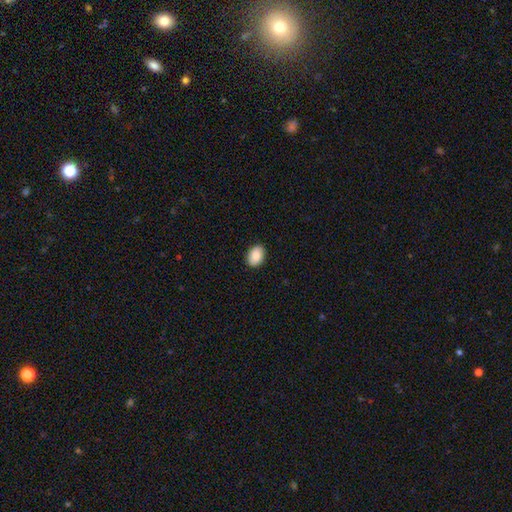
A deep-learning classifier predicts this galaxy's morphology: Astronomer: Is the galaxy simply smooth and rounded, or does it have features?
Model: smooth — 88%.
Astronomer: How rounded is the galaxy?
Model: in between — 81%.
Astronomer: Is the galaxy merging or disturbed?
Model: none — 89%.